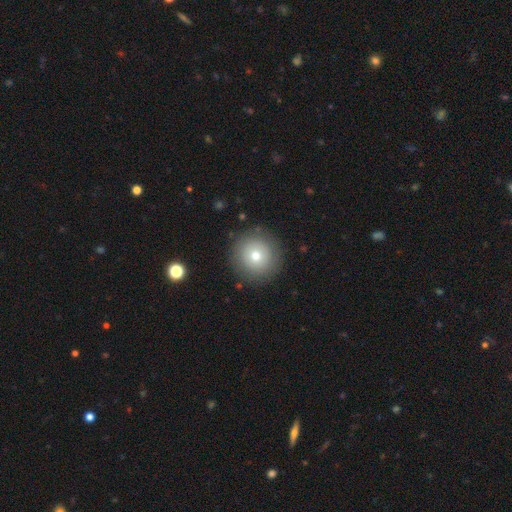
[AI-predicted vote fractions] Morphology: type=smooth (72%); roundness=round (95%); merging=none (88%).